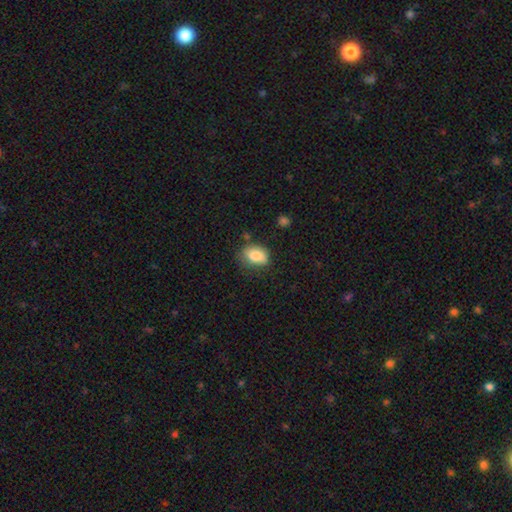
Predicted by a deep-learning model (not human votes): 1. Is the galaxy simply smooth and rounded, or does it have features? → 84% smooth, 8% star or artifact, 8% featured or disk.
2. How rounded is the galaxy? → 83% in between, 16% round, 2% cigar-shaped.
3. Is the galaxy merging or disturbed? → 61% none, 28% minor disturbance, 7% major disturbance, 4% merger.